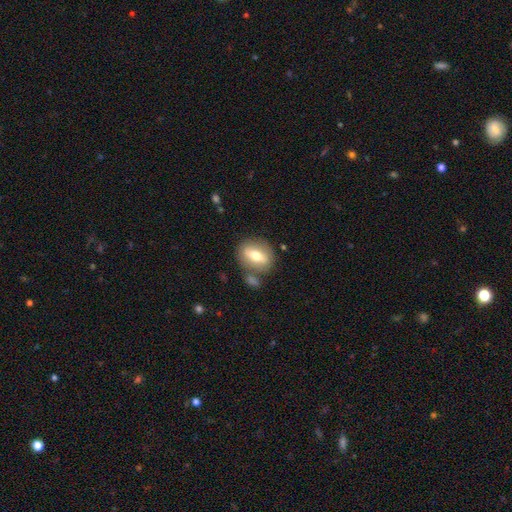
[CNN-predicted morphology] smooth-or-featured: smooth: 51% | featured or disk: 42% | star or artifact: 7%
  how-rounded: in between: 57% | round: 38% | cigar-shaped: 5%
  merging: none: 73% | minor disturbance: 13% | merger: 9% | major disturbance: 5%